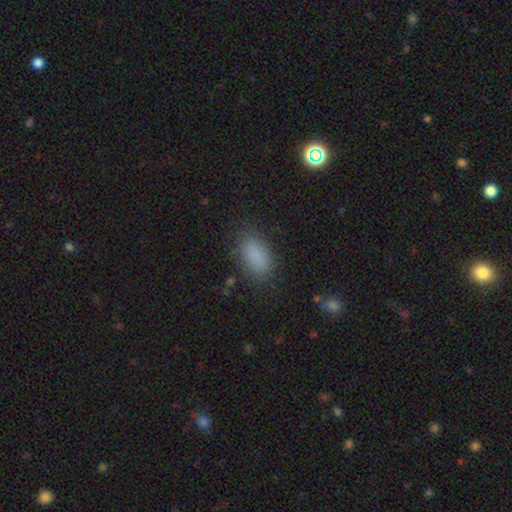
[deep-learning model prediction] Overall: smooth (86%). How rounded: in between (90%). Merging: none (82%).